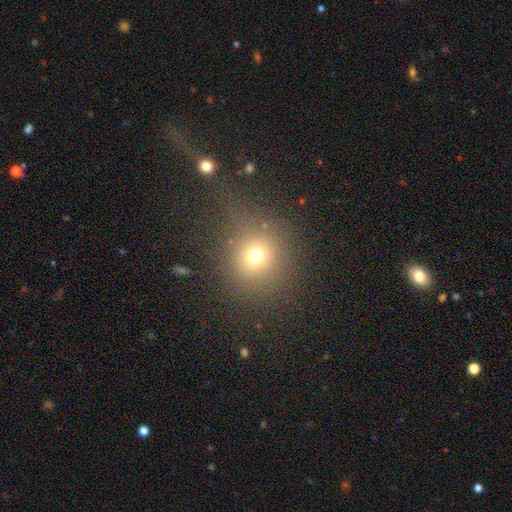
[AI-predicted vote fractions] This appears to be a smooth galaxy with no disk features (70%) that is round (89%). Merging: none (76%).